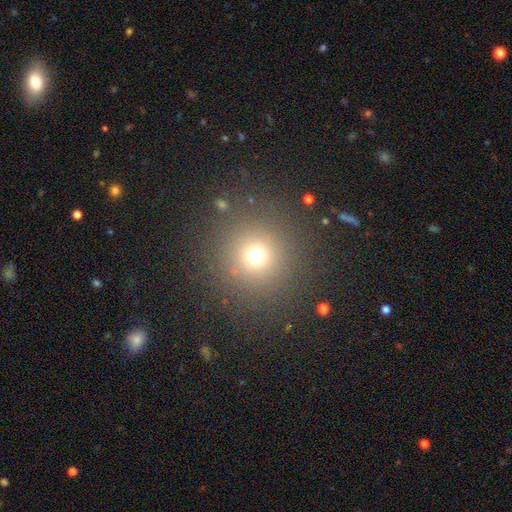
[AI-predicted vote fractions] smooth 67%, star or artifact 25%, featured or disk 8%. Down the decision tree: how rounded — round (95%); merging — none (85%).